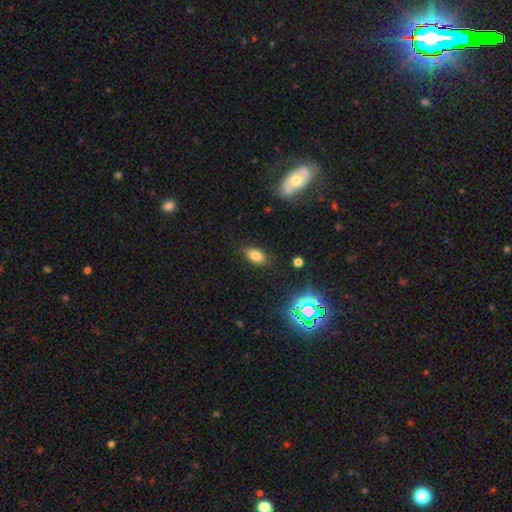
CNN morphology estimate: smooth-or-featured: smooth: 77% | star or artifact: 14% | featured or disk: 8%
  how-rounded: in between: 88% | round: 9% | cigar-shaped: 3%
  merging: none: 81% | minor disturbance: 14% | major disturbance: 3% | merger: 2%